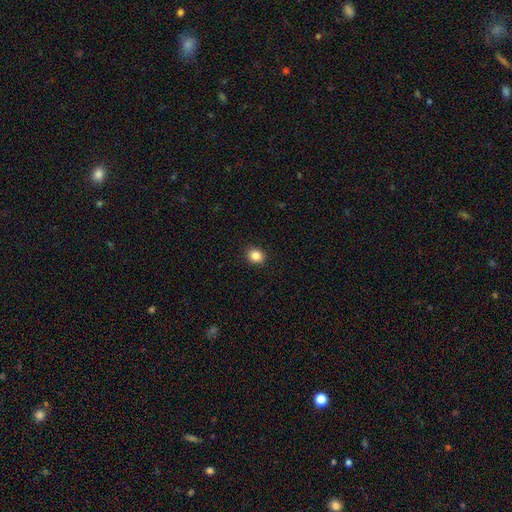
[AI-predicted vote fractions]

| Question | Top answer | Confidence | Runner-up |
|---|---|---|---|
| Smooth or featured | smooth | 85% | star or artifact (10%) |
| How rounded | round | 71% | in between (28%) |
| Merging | none | 90% | minor disturbance (7%) |